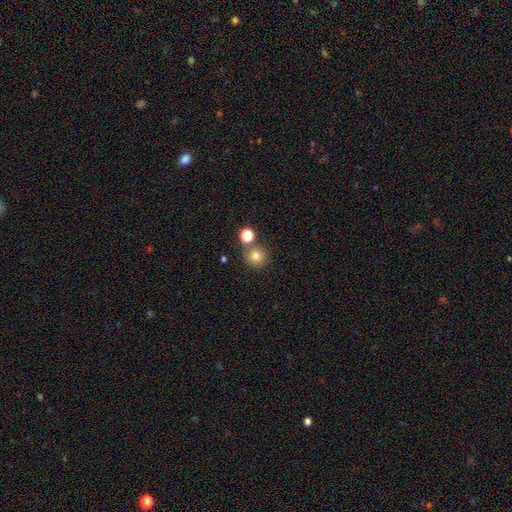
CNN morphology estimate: Smooth or featured? smooth (79%)
How rounded? round (91%)
Merging? none (71%)